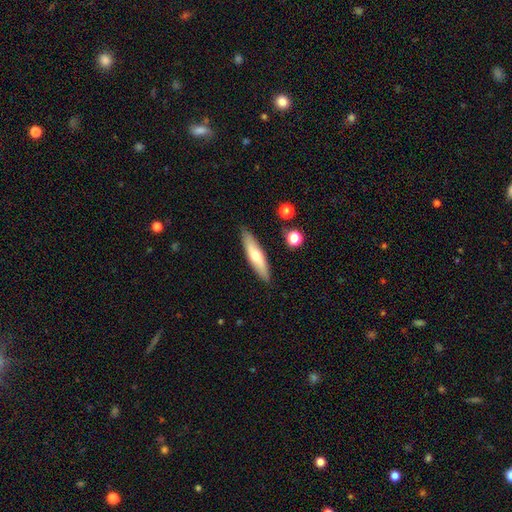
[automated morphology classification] A smooth galaxy with no disk features (60%) that is cigar-shaped (76%). Merging: none (87%).